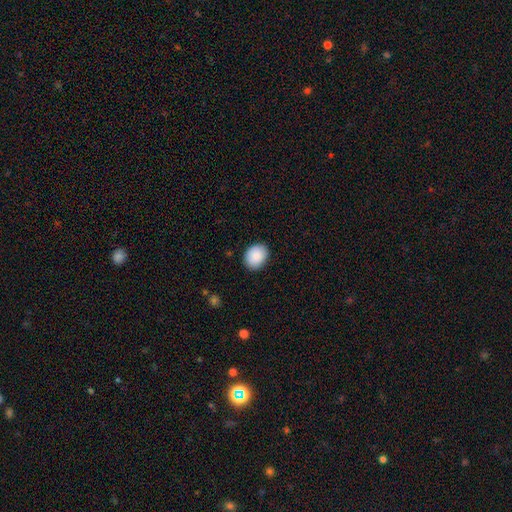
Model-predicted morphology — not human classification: This appears to be a smooth galaxy with no disk features (88%) that is in between round and cigar-shaped (57%). Merging: none (88%).